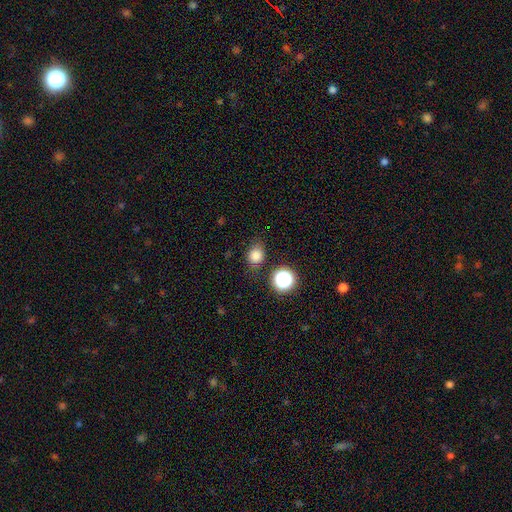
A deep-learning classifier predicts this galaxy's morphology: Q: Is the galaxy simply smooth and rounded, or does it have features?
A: smooth — 79%.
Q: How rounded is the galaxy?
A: round — 59%.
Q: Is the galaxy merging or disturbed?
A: none — 77%.